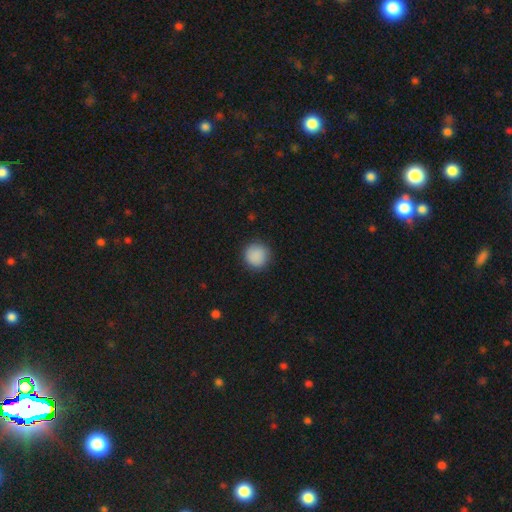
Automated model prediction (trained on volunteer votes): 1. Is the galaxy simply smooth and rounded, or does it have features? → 89% smooth, 8% star or artifact, 3% featured or disk.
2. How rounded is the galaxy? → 94% round, 5% in between, 1% cigar-shaped.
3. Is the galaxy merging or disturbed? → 90% none, 7% minor disturbance, 2% major disturbance, 1% merger.